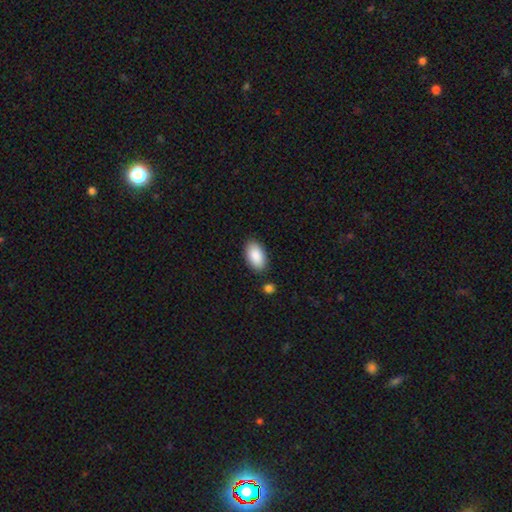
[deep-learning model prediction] Smooth or featured?
  - smooth: 89% *
  - star or artifact: 6%
  - featured or disk: 5%
How rounded?
  - in between: 95% *
  - round: 3%
  - cigar-shaped: 2%
Merging?
  - none: 85% *
  - minor disturbance: 10%
  - merger: 3%
  - major disturbance: 2%